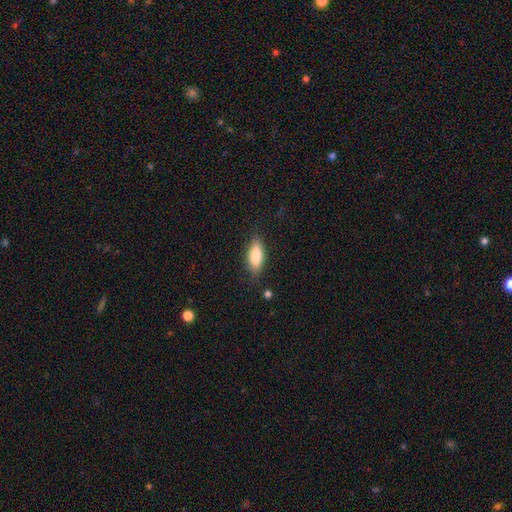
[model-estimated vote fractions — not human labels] A smooth galaxy with no disk features (80%) that is in between round and cigar-shaped (75%).

Vote fractions:
- Smooth or featured? smooth: 80% / featured or disk: 13% / star or artifact: 7%
- How rounded? in between: 75% / cigar-shaped: 22% / round: 2%
- Merging? none: 80% / minor disturbance: 15% / major disturbance: 4% / merger: 2%